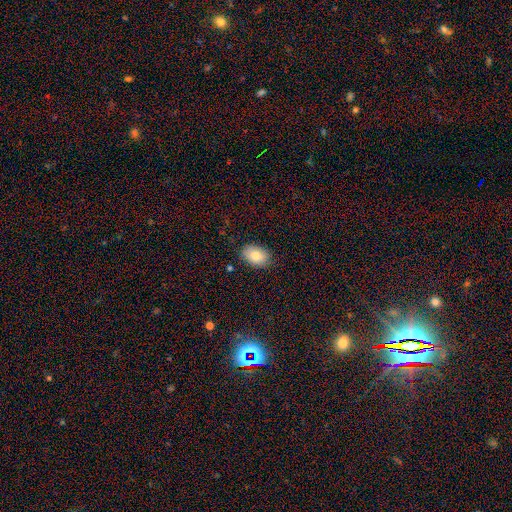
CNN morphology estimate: A smooth galaxy with no disk features (81%) that is in between round and cigar-shaped (86%).

Vote fractions:
- Smooth or featured? smooth: 81% / featured or disk: 11% / star or artifact: 7%
- How rounded? in between: 86% / round: 13% / cigar-shaped: 1%
- Merging? none: 83% / minor disturbance: 13% / major disturbance: 3% / merger: 1%